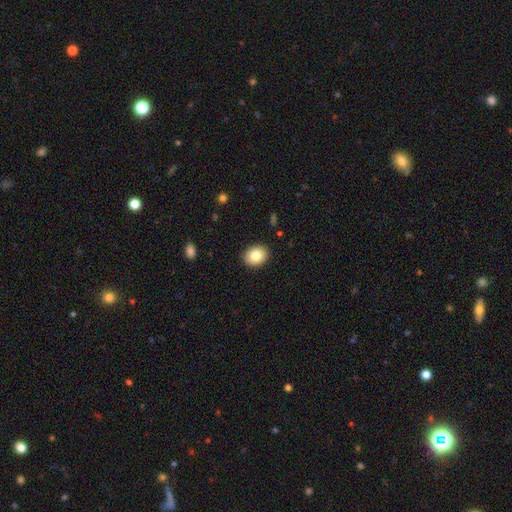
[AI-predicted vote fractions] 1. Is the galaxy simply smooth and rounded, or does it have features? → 82% smooth, 9% featured or disk, 9% star or artifact.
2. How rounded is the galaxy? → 51% round, 48% in between, 1% cigar-shaped.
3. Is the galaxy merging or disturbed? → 90% none, 7% minor disturbance, 2% major disturbance, 1% merger.